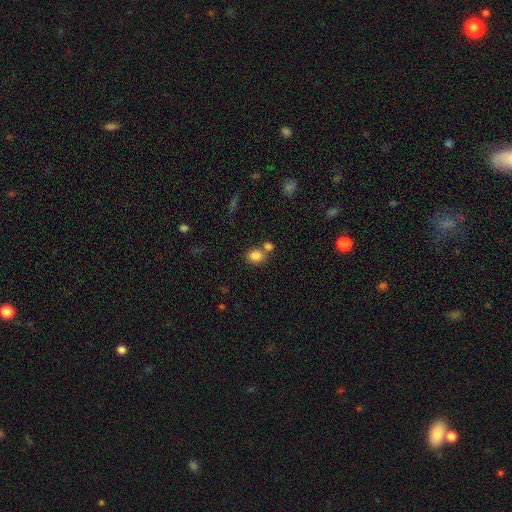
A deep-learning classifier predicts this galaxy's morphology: Smooth or featured?
  - smooth: 83% *
  - star or artifact: 10%
  - featured or disk: 7%
How rounded?
  - round: 51% *
  - in between: 48%
  - cigar-shaped: 1%
Merging?
  - none: 56% *
  - merger: 29%
  - minor disturbance: 11%
  - major disturbance: 4%